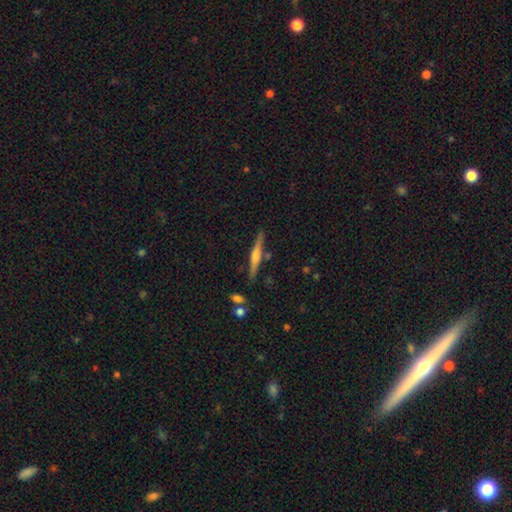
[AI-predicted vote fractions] This appears to be a featured or disk galaxy (69%) viewed edge-on (98%) with a rounded central bulge (73%). Merging: none (87%).